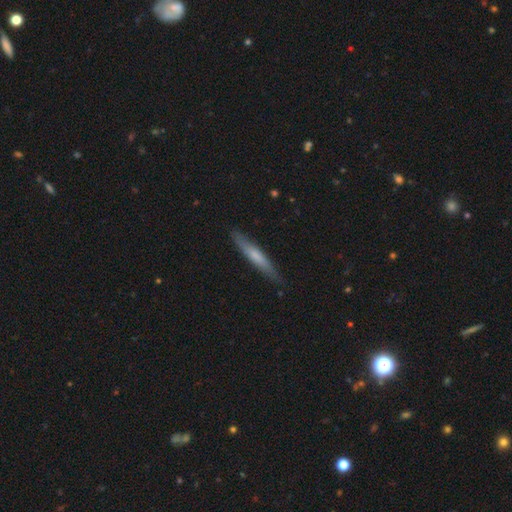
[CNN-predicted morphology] Overall: smooth (57%; featured or disk 38%). How rounded: cigar-shaped (93%). Merging: none (86%).